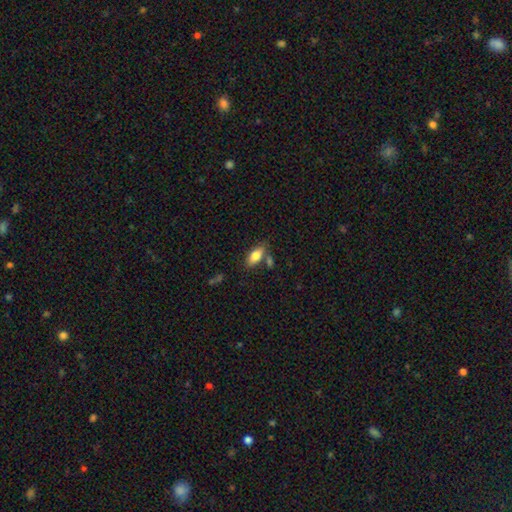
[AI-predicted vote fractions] Overall: smooth (81%). How rounded: in between (88%). Merging: none (65%).